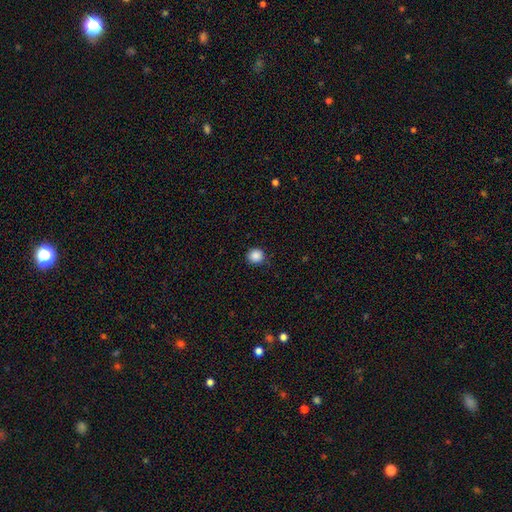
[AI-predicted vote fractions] Smooth or featured? Predicted: smooth (p=0.87). How rounded? Predicted: round (p=0.92). Merging? Predicted: none (p=0.86).